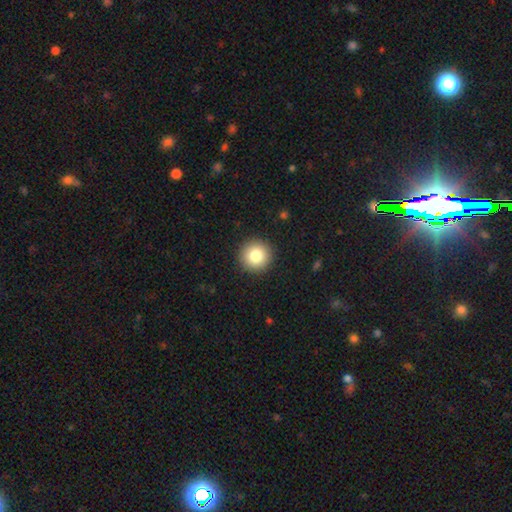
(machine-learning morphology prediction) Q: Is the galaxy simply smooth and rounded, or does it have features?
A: smooth — 81%.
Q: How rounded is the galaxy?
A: round — 95%.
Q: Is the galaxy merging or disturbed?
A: none — 92%.